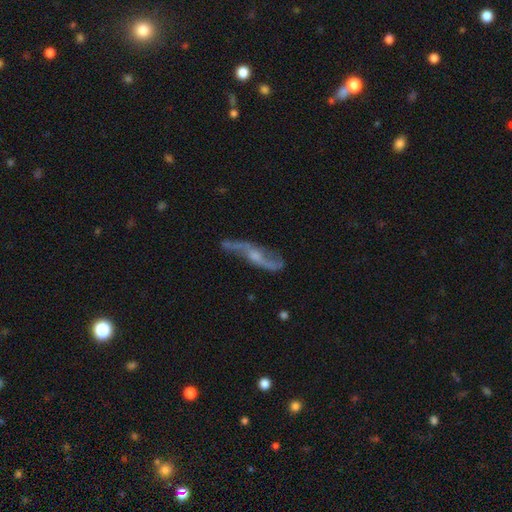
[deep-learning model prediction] smooth_or_featured: featured or disk (p=0.83) [alt: smooth p=0.10]
disk_edge_on: no (p=0.75) [alt: yes p=0.25]
bar: no (p=0.54) [alt: weak p=0.36]
has_spiral_arms: yes (p=0.92) [alt: no p=0.08]
spiral_winding: loose (p=0.78) [alt: medium p=0.17]
spiral_arm_count: 2 (p=0.91) [alt: can't tell p=0.04]
bulge_size: small (p=0.43) [alt: moderate p=0.40]
merging: none (p=0.67) [alt: minor disturbance p=0.20]